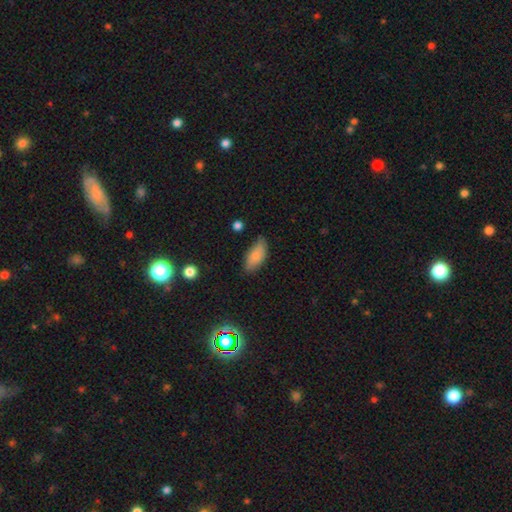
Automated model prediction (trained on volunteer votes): A smooth galaxy with no disk features (80%) that is in between round and cigar-shaped (87%). Merging: none (72%).